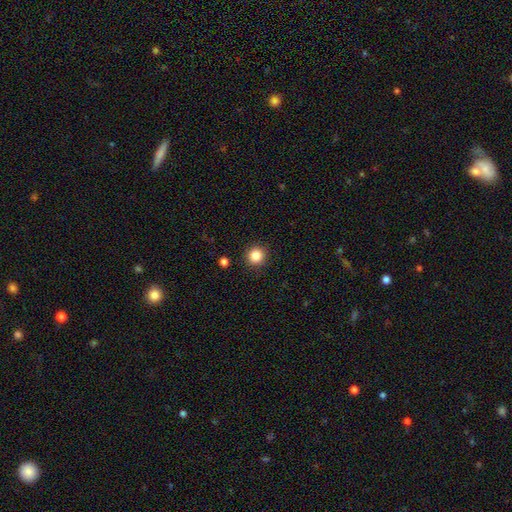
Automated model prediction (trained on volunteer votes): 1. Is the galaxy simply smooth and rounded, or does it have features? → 85% smooth, 11% star or artifact, 4% featured or disk.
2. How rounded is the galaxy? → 94% round, 5% in between, 1% cigar-shaped.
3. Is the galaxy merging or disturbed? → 91% none, 6% minor disturbance, 2% major disturbance, 1% merger.